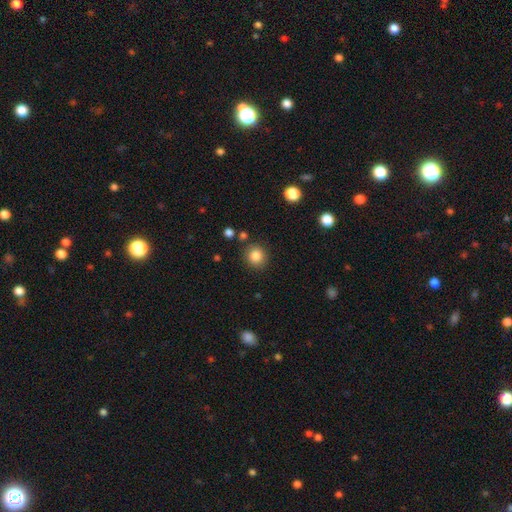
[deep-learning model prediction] smooth_or_featured: smooth (p=0.85) [alt: star or artifact p=0.10]
how_rounded: round (p=0.91) [alt: in between p=0.08]
merging: none (p=0.86) [alt: minor disturbance p=0.08]